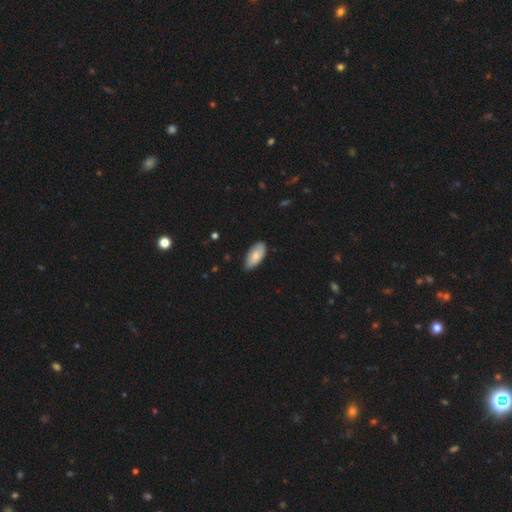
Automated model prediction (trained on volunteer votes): A smooth galaxy with no disk features (79%) that is in between round and cigar-shaped (92%). Merging: none (74%).